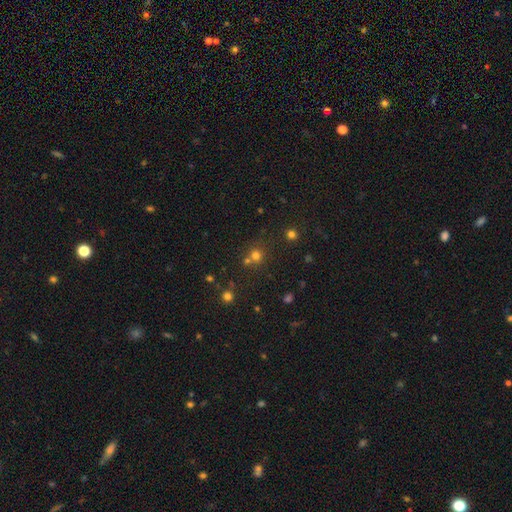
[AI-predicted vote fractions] This is likely a smooth galaxy (69%). How rounded: clearly round (89%). Merging: likely none (62%).